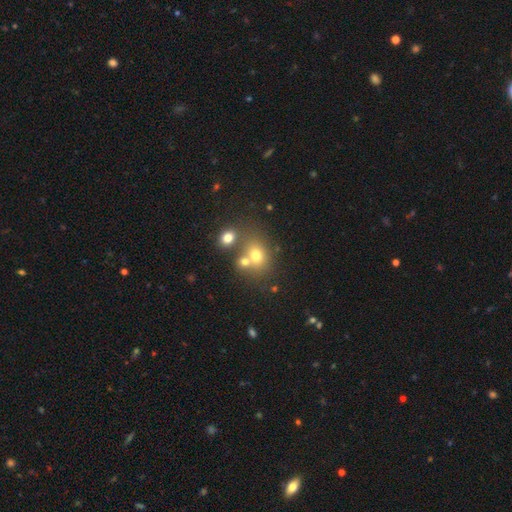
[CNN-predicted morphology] Overall: smooth (70%). How rounded: round (56%; in between 43%). Merging: none (48%; merger 36%).